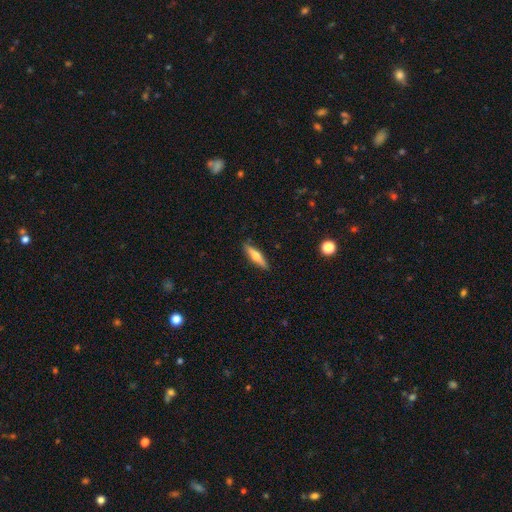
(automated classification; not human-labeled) Smooth or featured: smooth — 52% (featured or disk — 41%)
How rounded: cigar-shaped — 77% (in between — 21%)
Merging: none — 88% (minor disturbance — 9%)